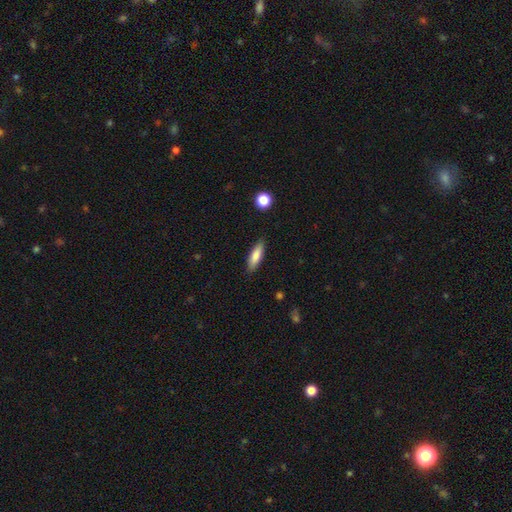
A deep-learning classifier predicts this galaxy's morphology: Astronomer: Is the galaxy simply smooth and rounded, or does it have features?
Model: smooth — 81%.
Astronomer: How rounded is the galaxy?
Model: cigar-shaped — 52% (runner-up: in between, 46%).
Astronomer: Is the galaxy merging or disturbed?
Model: none — 86%.